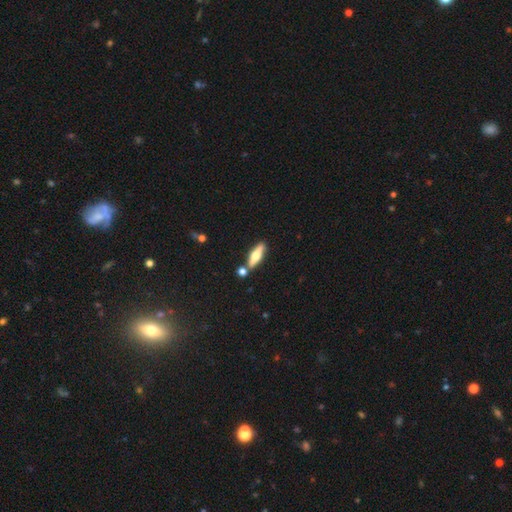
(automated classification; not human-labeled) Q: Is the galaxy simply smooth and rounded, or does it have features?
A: smooth — 47%, tied with featured or disk.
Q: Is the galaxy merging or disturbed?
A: none — 76%.